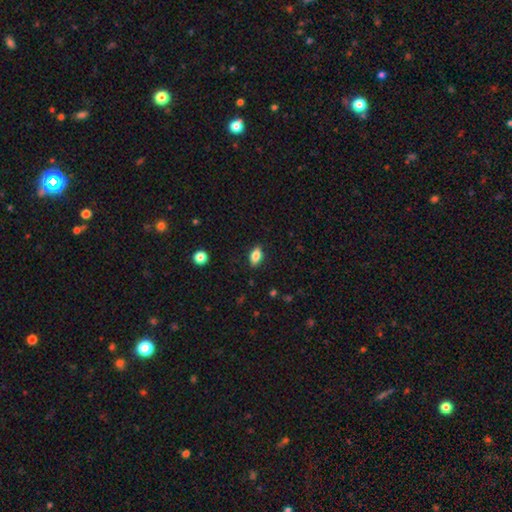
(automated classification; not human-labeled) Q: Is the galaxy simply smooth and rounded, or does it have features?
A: smooth — 77%.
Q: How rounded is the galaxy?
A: in between — 85%.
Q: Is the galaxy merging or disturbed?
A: none — 86%.